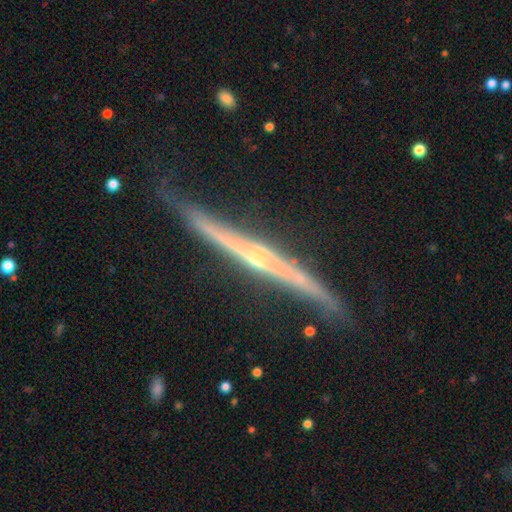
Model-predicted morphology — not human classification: smooth-or-featured: featured or disk: 86% | smooth: 9% | star or artifact: 5%
  disk-edge-on: yes: 96% | no: 4%
    edge-on-bulge: rounded: 70% | none: 24% | boxy: 6%
  merging: none: 70% | minor disturbance: 23% | major disturbance: 5% | merger: 2%